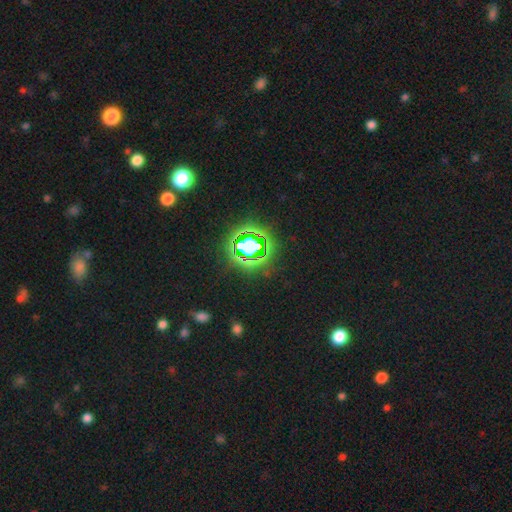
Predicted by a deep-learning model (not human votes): Smooth or featured?
  - star or artifact: 79% *
  - smooth: 14%
  - featured or disk: 7%